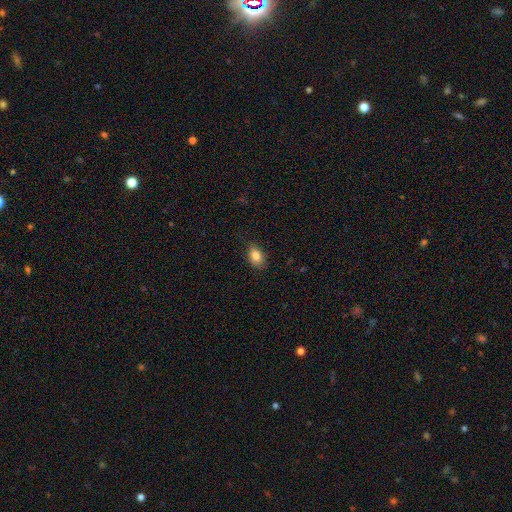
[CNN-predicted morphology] The model was most divided on "how rounded": in between: 80%, round: 19%, cigar-shaped: 2%. More confident: smooth or featured — smooth (83%); merging — none (82%).